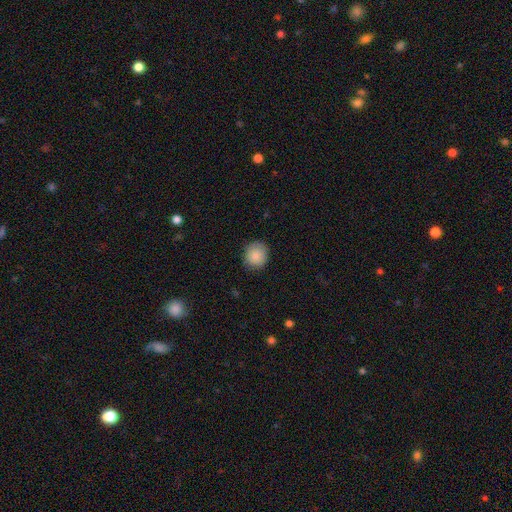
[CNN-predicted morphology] smooth 88%, star or artifact 8%, featured or disk 5%. Down the decision tree: how rounded — round (82%); merging — none (86%).